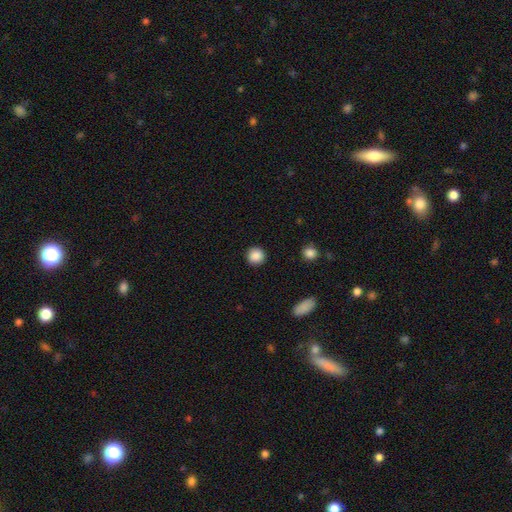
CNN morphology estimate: This is clearly a smooth galaxy (88%). How rounded: clearly round (92%). Merging: clearly none (91%).